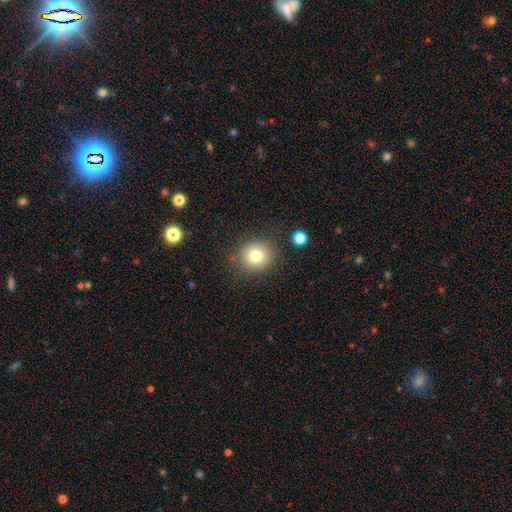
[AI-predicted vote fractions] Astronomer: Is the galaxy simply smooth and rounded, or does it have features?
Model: smooth — 79%.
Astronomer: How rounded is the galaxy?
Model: round — 83%.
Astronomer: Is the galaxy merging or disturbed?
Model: none — 82%.